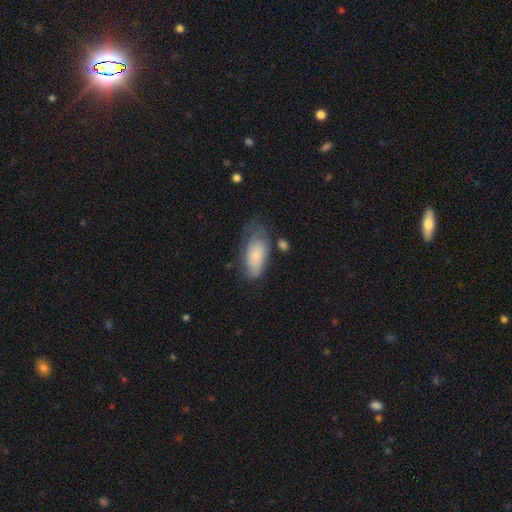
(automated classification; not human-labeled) A smooth galaxy with no disk features (66%) that is in between round and cigar-shaped (88%).

Vote fractions:
- Smooth or featured? smooth: 66% / featured or disk: 26% / star or artifact: 7%
- How rounded? in between: 88% / cigar-shaped: 9% / round: 3%
- Merging? none: 45% / minor disturbance: 32% / major disturbance: 18% / merger: 5%